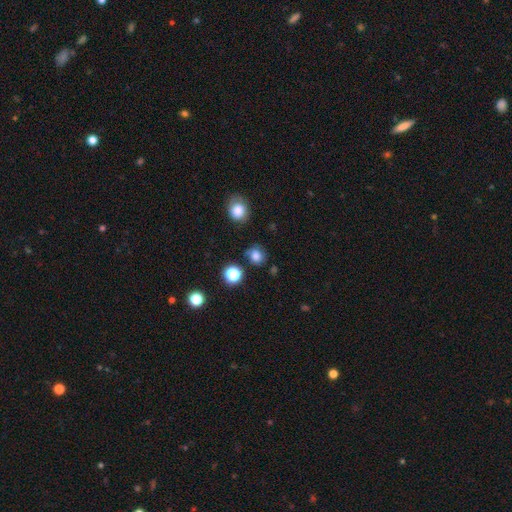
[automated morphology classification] smooth 74%, star or artifact 17%, featured or disk 9%. Down the decision tree: how rounded — round (76%); merging — none (67%).